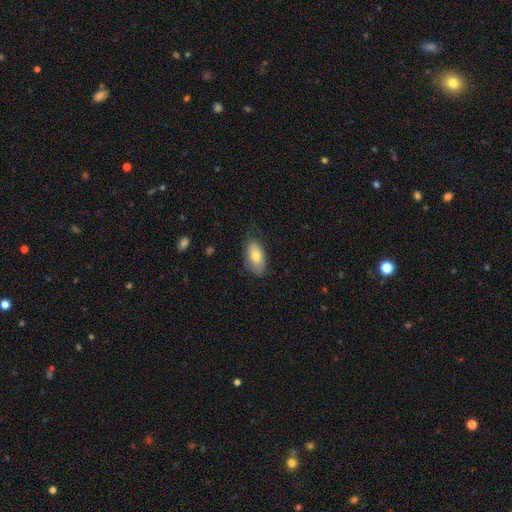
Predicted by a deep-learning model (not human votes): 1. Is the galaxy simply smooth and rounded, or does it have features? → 74% smooth, 19% featured or disk, 7% star or artifact.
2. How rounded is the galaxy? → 91% in between, 5% cigar-shaped, 4% round.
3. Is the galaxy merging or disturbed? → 75% none, 20% minor disturbance, 4% major disturbance, 1% merger.